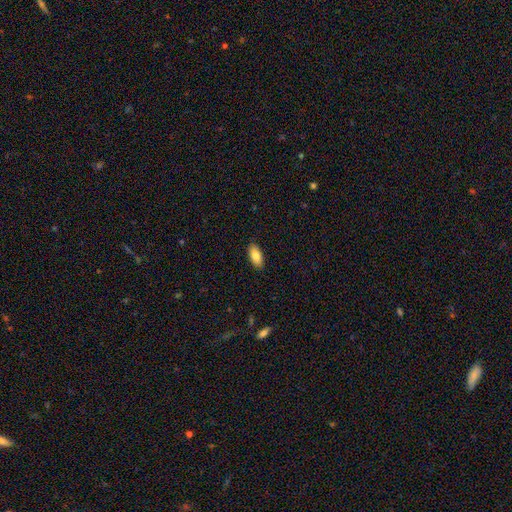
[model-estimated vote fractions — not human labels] Smooth or featured?
  - smooth: 85% *
  - featured or disk: 9%
  - star or artifact: 7%
How rounded?
  - in between: 90% *
  - cigar-shaped: 8%
  - round: 2%
Merging?
  - none: 89% *
  - minor disturbance: 8%
  - major disturbance: 2%
  - merger: 1%